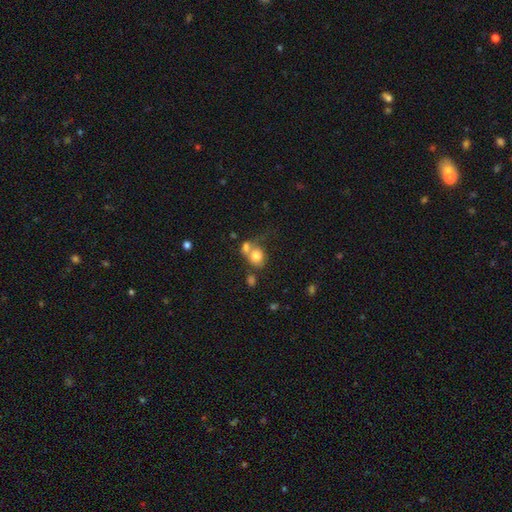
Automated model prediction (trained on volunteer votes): smooth-or-featured: smooth: 76% | featured or disk: 14% | star or artifact: 10%
  how-rounded: round: 66% | in between: 33% | cigar-shaped: 1%
  merging: merger: 51% | none: 31% | minor disturbance: 11% | major disturbance: 7%